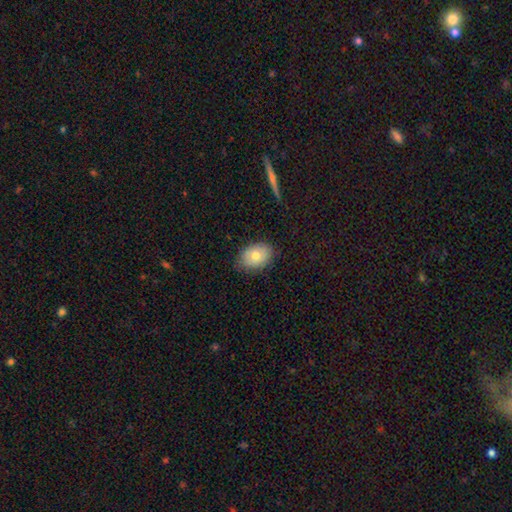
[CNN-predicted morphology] Smooth or featured: smooth — 76% (featured or disk — 16%)
How rounded: in between — 79% (round — 19%)
Merging: none — 82% (minor disturbance — 14%)